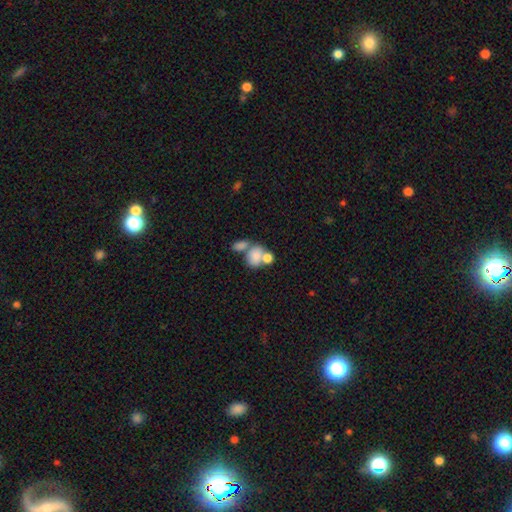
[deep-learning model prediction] Smooth or featured: smooth — 76% (featured or disk — 15%)
How rounded: in between — 61% (round — 38%)
Merging: merger — 59% (none — 25%)